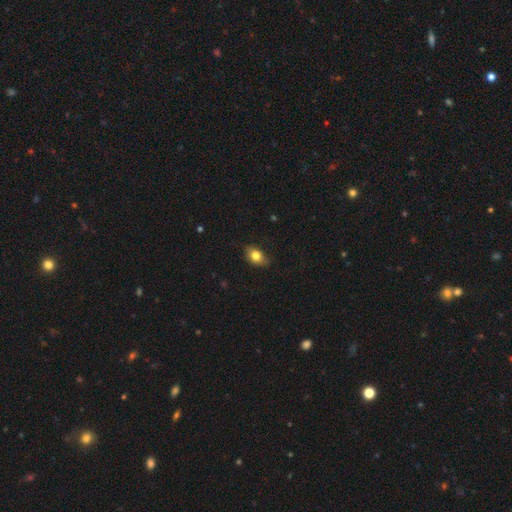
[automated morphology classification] This appears to be a smooth galaxy with no disk features (80%) that is in between round and cigar-shaped (72%). Merging: none (76%).